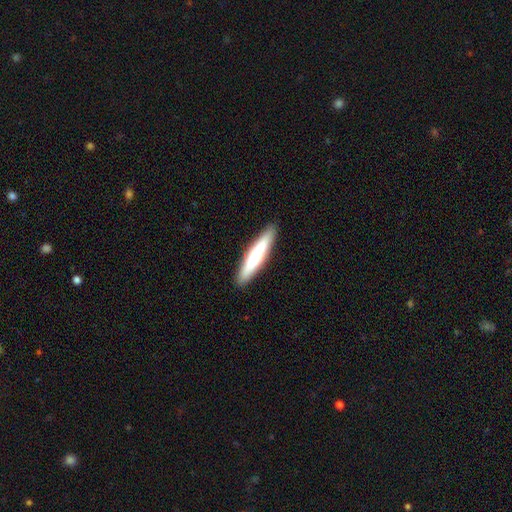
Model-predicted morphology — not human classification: Smooth or featured?
  - smooth: 63% *
  - featured or disk: 32%
  - star or artifact: 5%
How rounded?
  - cigar-shaped: 88% *
  - in between: 10%
  - round: 1%
Merging?
  - none: 91% *
  - minor disturbance: 7%
  - major disturbance: 1%
  - merger: 1%